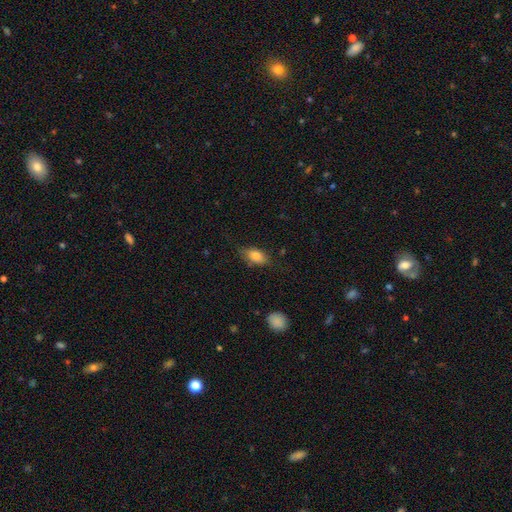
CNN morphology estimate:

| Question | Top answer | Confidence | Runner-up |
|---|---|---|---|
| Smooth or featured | smooth | 82% | featured or disk (11%) |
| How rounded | in between | 87% | round (7%) |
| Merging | none | 70% | minor disturbance (22%) |